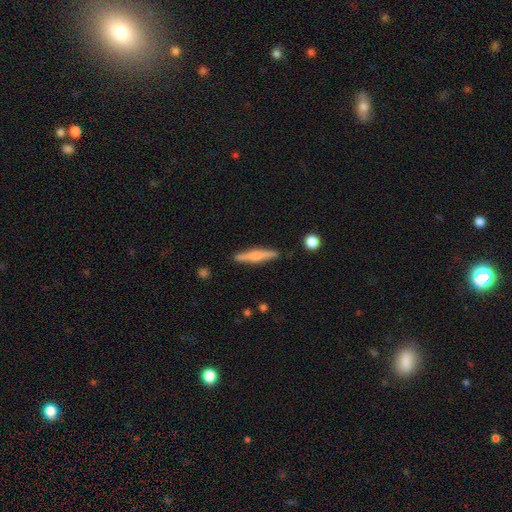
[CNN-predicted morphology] Smooth or featured?
  - featured or disk: 51% *
  - smooth: 43%
  - star or artifact: 6%
Edge-on disk?
  - yes: 96% *
  - no: 4%
Merging?
  - none: 88% *
  - minor disturbance: 9%
  - major disturbance: 2%
  - merger: 2%